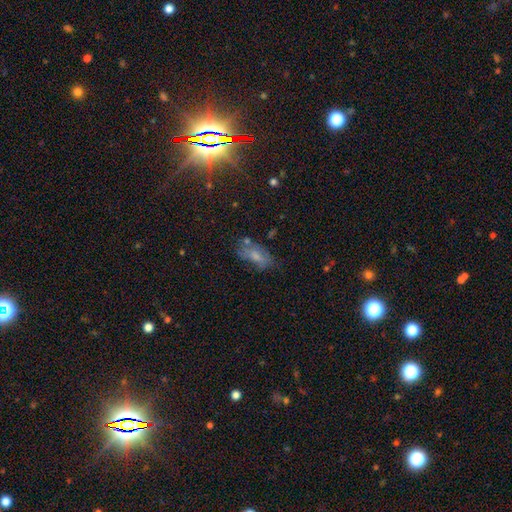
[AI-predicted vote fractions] smooth-or-featured: smooth: 60% | featured or disk: 28% | star or artifact: 12%
  how-rounded: in between: 86% | cigar-shaped: 9% | round: 5%
  merging: none: 51% | minor disturbance: 26% | major disturbance: 14% | merger: 9%